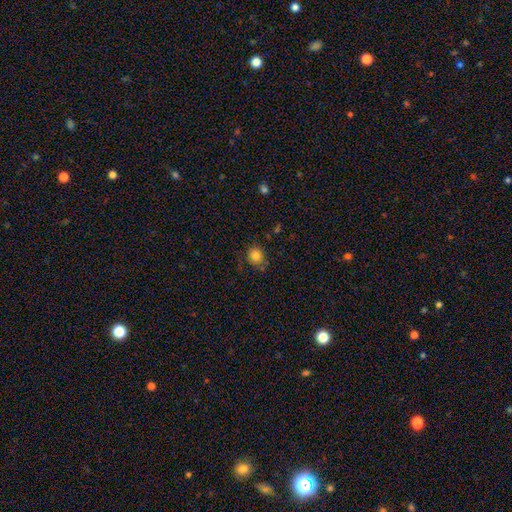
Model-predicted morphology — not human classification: Smooth or featured?
  - smooth: 81% *
  - star or artifact: 12%
  - featured or disk: 7%
How rounded?
  - round: 79% *
  - in between: 20%
  - cigar-shaped: 1%
Merging?
  - none: 73% *
  - minor disturbance: 18%
  - major disturbance: 5%
  - merger: 4%